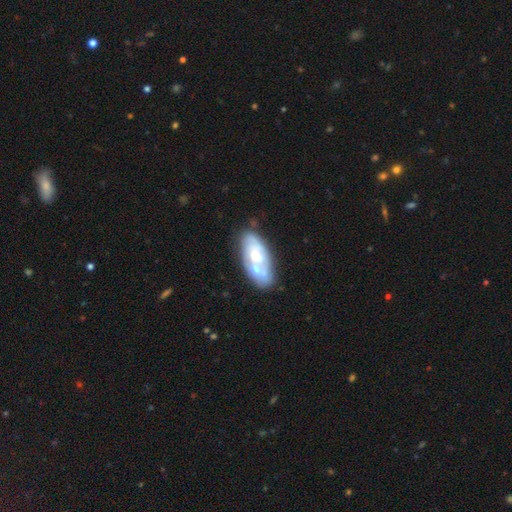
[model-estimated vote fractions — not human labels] Overall: featured or disk (59%; smooth 35%). Edge-on disk: no (93%). Bar: no (81%). Spiral arms: no (69%; yes 31%). Bulge size: moderate (57%; small 34%). Merging: none (46%; merger 25%).